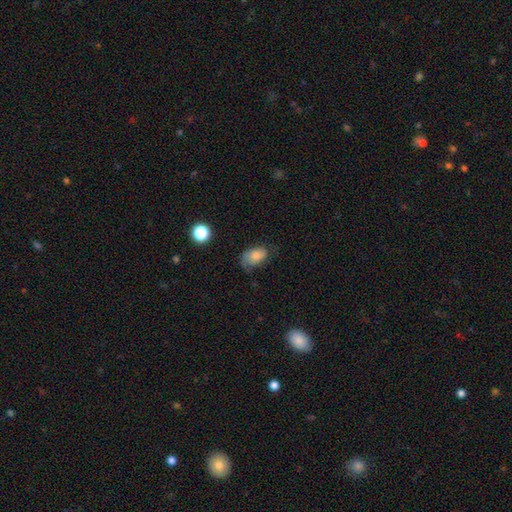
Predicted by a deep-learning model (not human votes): A smooth galaxy with no disk features (73%) that is in between round and cigar-shaped (87%). Merging: none (48%).